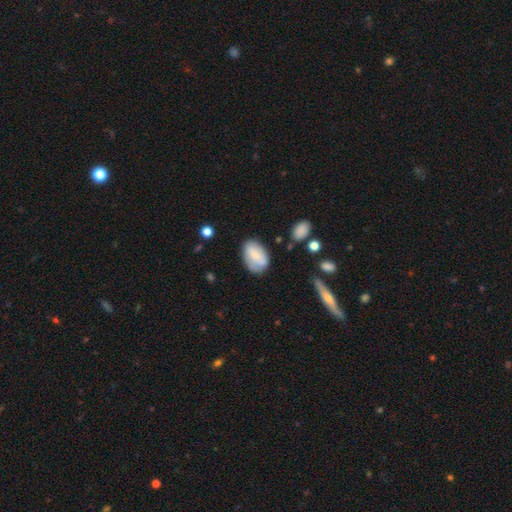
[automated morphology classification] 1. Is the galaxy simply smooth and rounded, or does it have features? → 70% smooth, 23% featured or disk, 7% star or artifact.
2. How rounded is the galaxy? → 89% in between, 10% round, 2% cigar-shaped.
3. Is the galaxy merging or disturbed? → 72% none, 19% minor disturbance, 5% major disturbance, 4% merger.